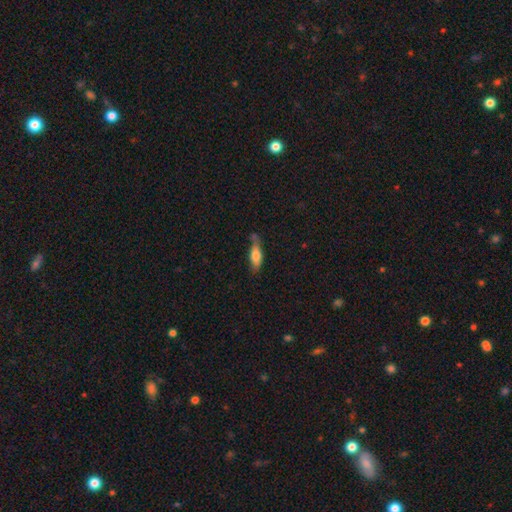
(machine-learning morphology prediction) Smooth or featured? smooth (66%)
How rounded? in between (54%)
Merging? none (54%)